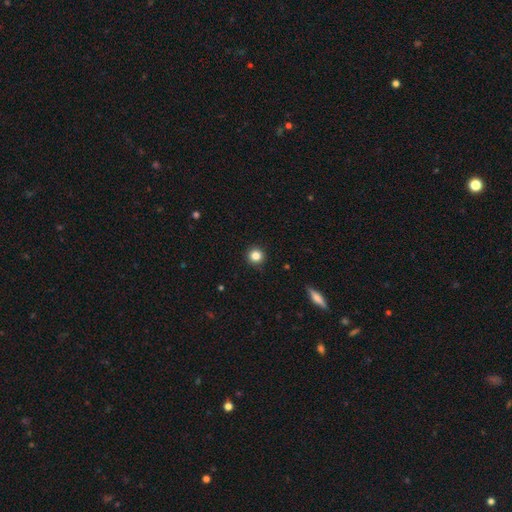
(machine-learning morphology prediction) The model was most divided on "smooth or featured": smooth: 84%, star or artifact: 11%, featured or disk: 5%. More confident: how rounded — round (95%); merging — none (92%).